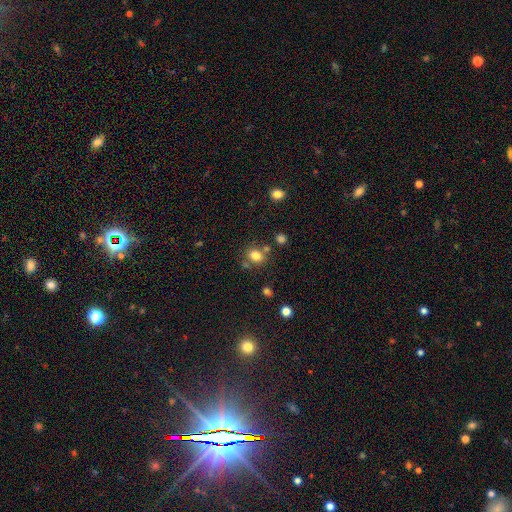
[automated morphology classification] A smooth galaxy with no disk features (79%) that is round (62%).

Vote fractions:
- Smooth or featured? smooth: 79% / star or artifact: 14% / featured or disk: 8%
- How rounded? round: 62% / in between: 37% / cigar-shaped: 1%
- Merging? none: 68% / merger: 15% / minor disturbance: 13% / major disturbance: 5%